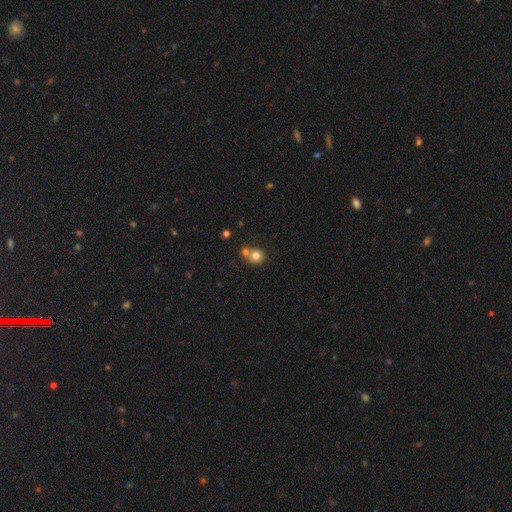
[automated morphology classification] type=smooth (78%); roundness=round (86%); merging=none (48%).